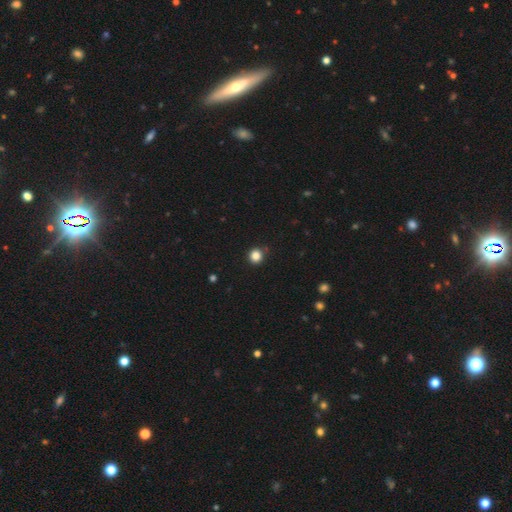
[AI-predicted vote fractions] Smooth or featured? smooth (84%)
How rounded? round (90%)
Merging? none (88%)